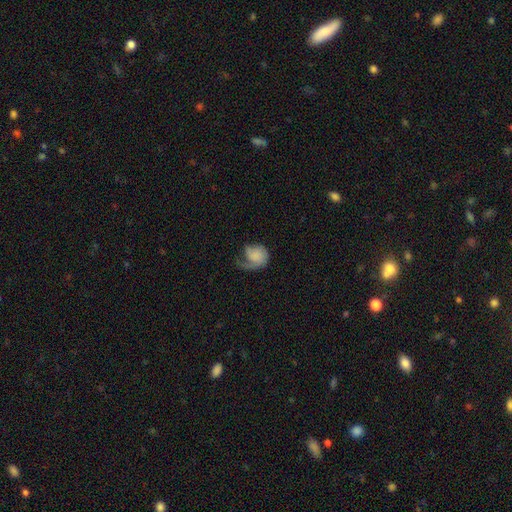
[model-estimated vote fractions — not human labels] Smooth or featured: featured or disk — 48% (smooth — 44%)
Merging: major disturbance — 41% (none — 32%)